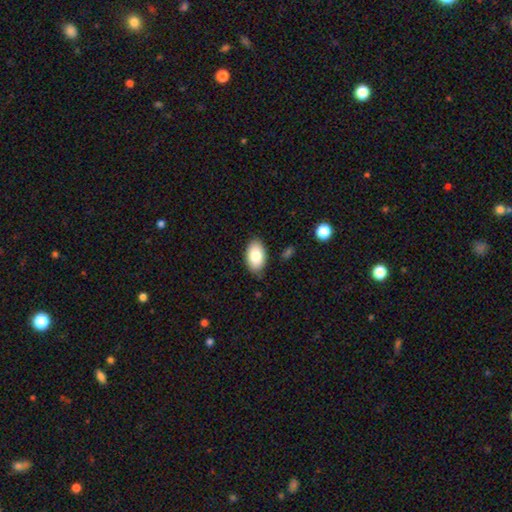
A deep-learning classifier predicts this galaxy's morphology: A smooth galaxy with no disk features (83%) that is in between round and cigar-shaped (94%). Merging: none (81%).